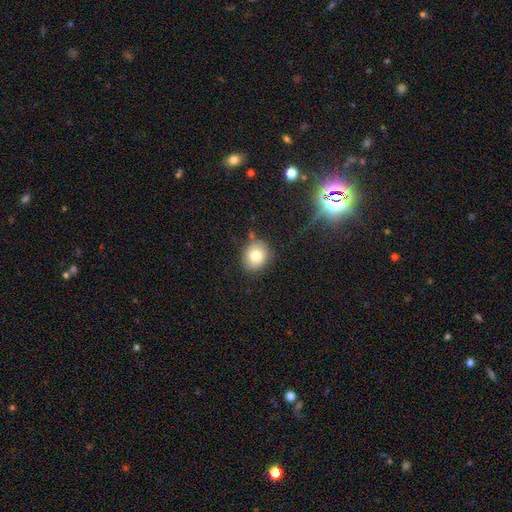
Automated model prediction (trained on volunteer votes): This is likely a smooth galaxy (78%). How rounded: likely round (75%). Merging: clearly none (80%).